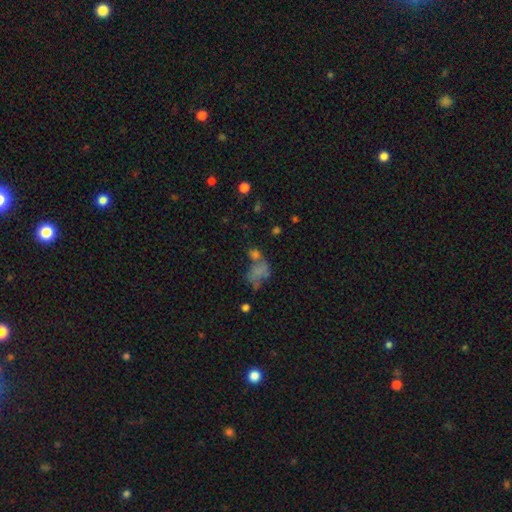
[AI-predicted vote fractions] Smooth or featured: smooth — 50% (featured or disk — 25%)
How rounded: in between — 68% (round — 28%)
Merging: none — 34% (merger — 29%)